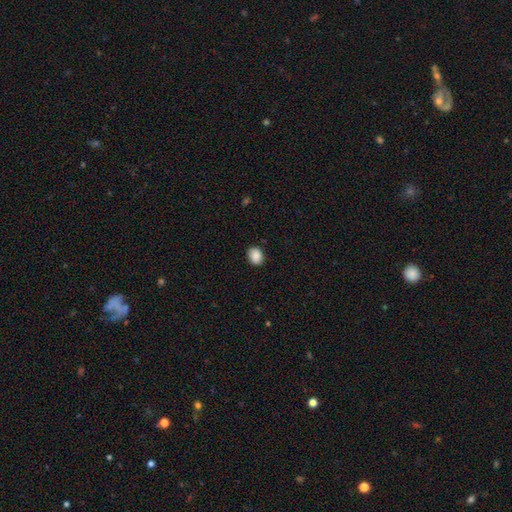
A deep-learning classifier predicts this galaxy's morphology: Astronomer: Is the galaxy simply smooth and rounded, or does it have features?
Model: smooth — 88%.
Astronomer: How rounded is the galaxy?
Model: in between — 56% (runner-up: round, 43%).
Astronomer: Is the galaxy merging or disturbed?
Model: none — 86%.